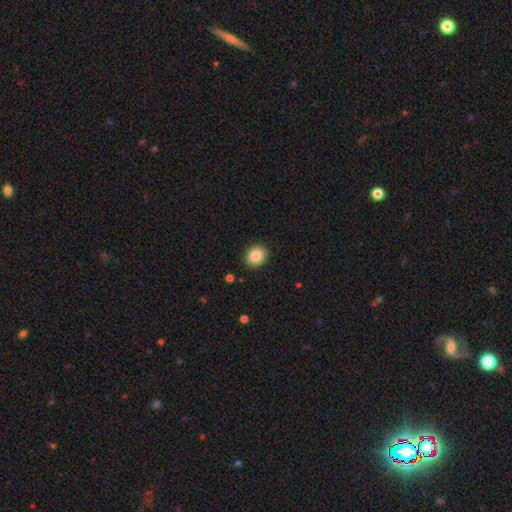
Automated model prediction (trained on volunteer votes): The model was most divided on "how rounded": round: 70%, in between: 29%, cigar-shaped: 1%. More confident: merging — none (89%); smooth or featured — smooth (88%).